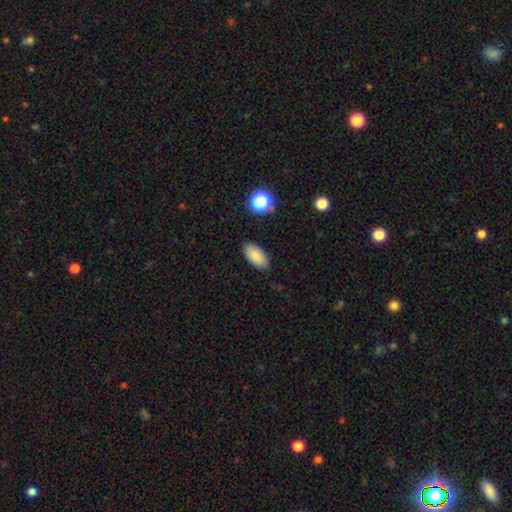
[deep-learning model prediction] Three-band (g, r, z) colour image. It shows a smooth galaxy with no disk features (85%) that is in between round and cigar-shaped (92%). Merging: none (88%).